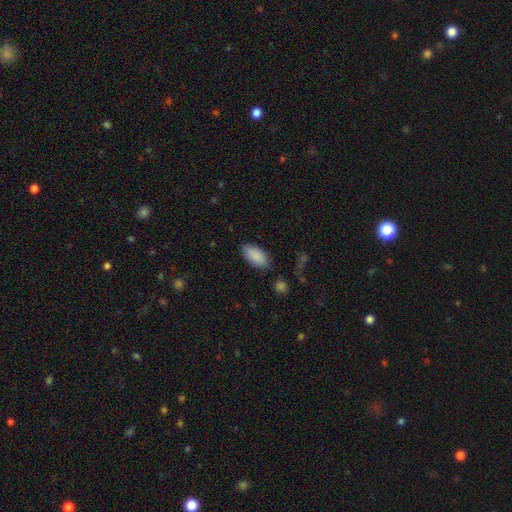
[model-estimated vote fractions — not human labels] A smooth galaxy with no disk features (89%) that is in between round and cigar-shaped (93%). Merging: none (82%).